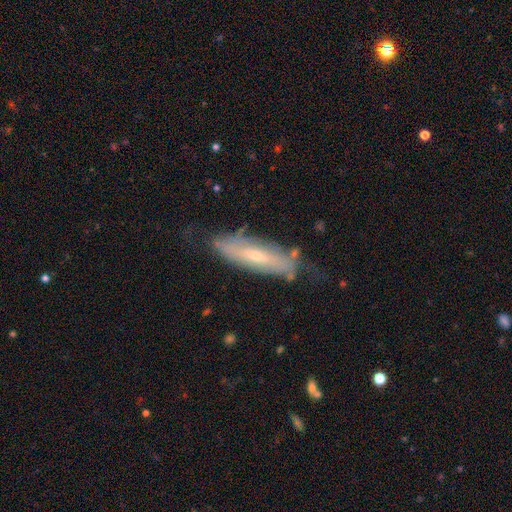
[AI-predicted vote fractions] Smooth or featured?
  - featured or disk: 61% *
  - smooth: 32%
  - star or artifact: 7%
Edge-on disk?
  - no: 59% *
  - yes: 41%
Merging?
  - none: 66% *
  - minor disturbance: 24%
  - major disturbance: 7%
  - merger: 3%